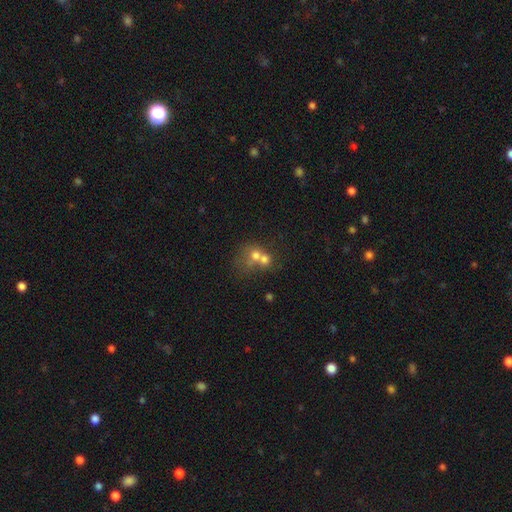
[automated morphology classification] Overall: smooth (64%). How rounded: round (70%). Merging: merger (67%).